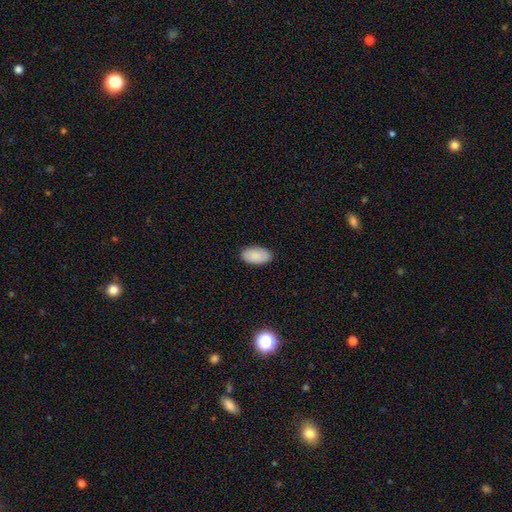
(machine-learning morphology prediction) The model was most divided on "merging": none: 88%, minor disturbance: 9%, major disturbance: 2%, merger: 1%. More confident: how rounded — in between (95%); smooth or featured — smooth (89%).